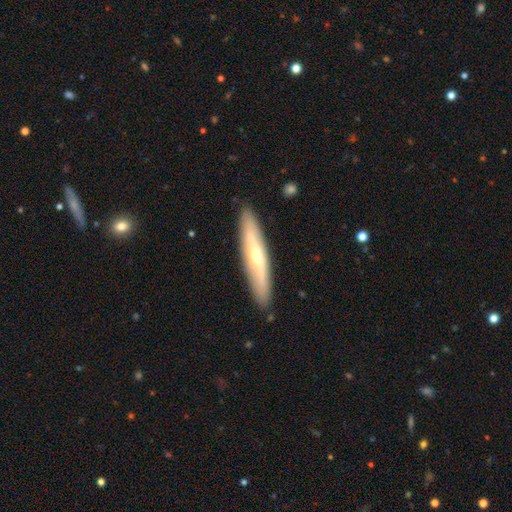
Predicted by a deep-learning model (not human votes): This is possibly a featured or disk galaxy (57%). It is likely viewed edge-on (78%). Merging: clearly none (89%).